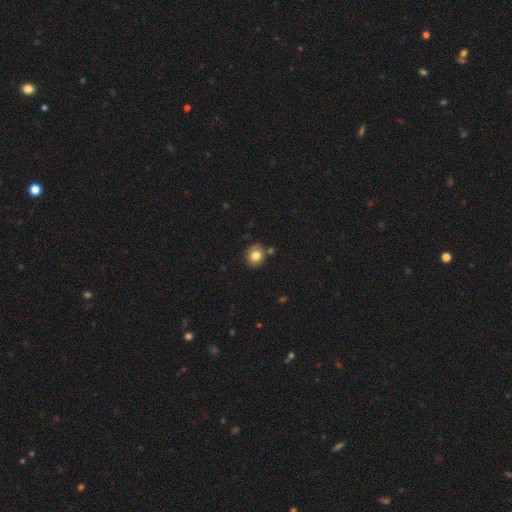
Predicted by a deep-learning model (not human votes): This appears to be a smooth galaxy with no disk features (80%) that is round (83%). Merging: none (78%).